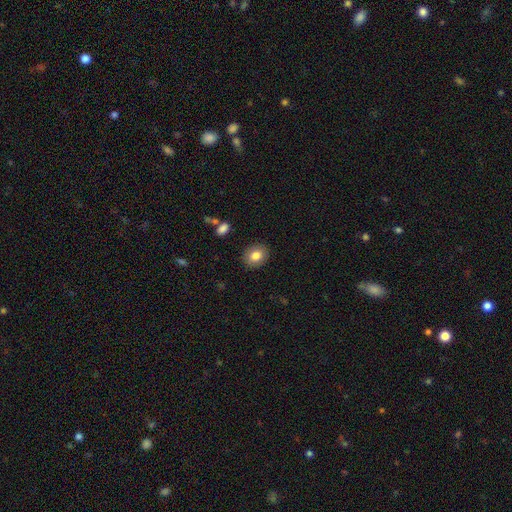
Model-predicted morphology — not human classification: Smooth or featured? smooth (82%)
How rounded? round (50%)
Merging? none (89%)